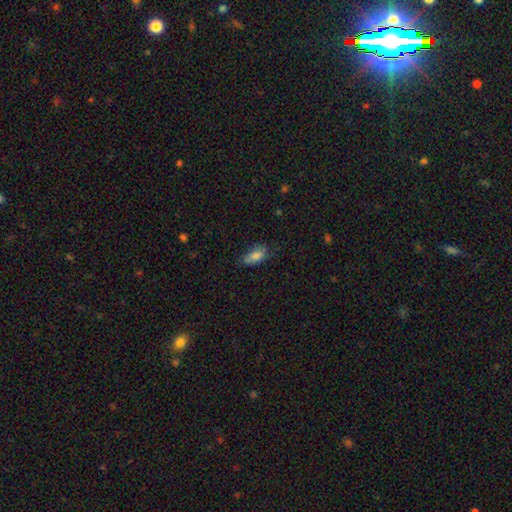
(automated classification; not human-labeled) Smooth or featured?
  - smooth: 82% *
  - featured or disk: 10%
  - star or artifact: 8%
How rounded?
  - in between: 86% *
  - cigar-shaped: 10%
  - round: 3%
Merging?
  - none: 66% *
  - minor disturbance: 25%
  - major disturbance: 7%
  - merger: 2%